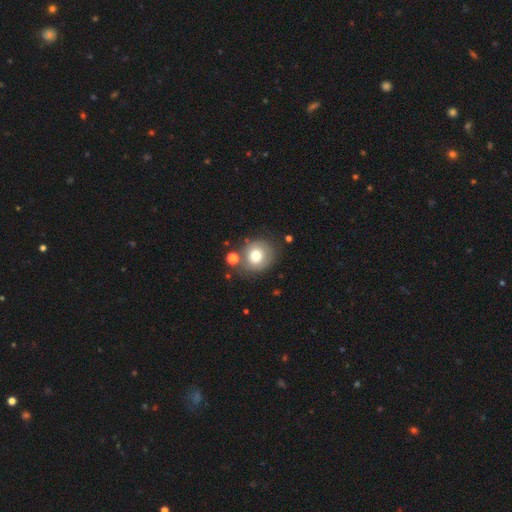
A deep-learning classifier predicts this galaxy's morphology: smooth-or-featured: smooth: 71% | featured or disk: 18% | star or artifact: 10%
  how-rounded: round: 83% | in between: 16% | cigar-shaped: 1%
  merging: none: 70% | minor disturbance: 14% | merger: 10% | major disturbance: 6%